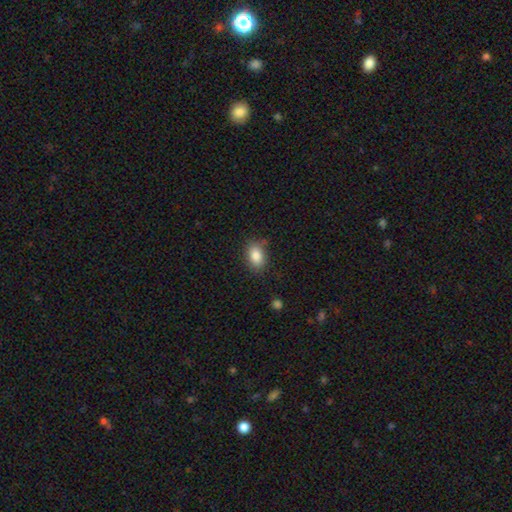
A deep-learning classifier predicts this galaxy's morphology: Smooth or featured? smooth (85%)
How rounded? in between (83%)
Merging? none (81%)